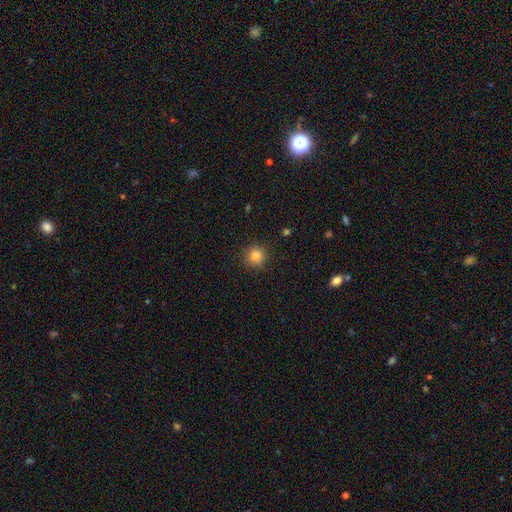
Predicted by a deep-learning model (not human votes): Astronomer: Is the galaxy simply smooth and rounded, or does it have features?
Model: smooth — 84%.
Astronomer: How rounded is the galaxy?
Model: round — 93%.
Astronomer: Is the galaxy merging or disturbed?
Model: none — 89%.